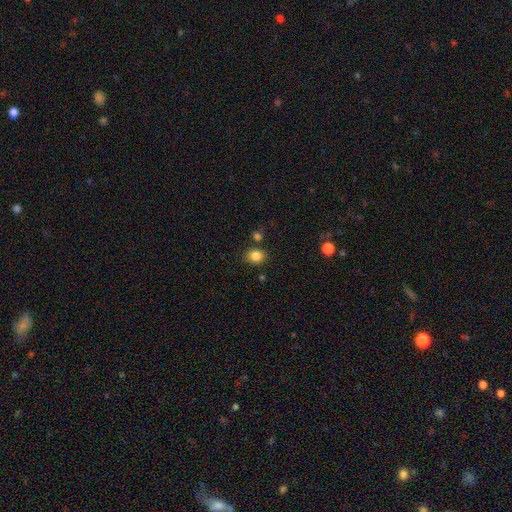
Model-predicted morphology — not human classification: The model was most divided on "how rounded": round: 61%, in between: 38%, cigar-shaped: 1%. More confident: smooth or featured — smooth (84%); merging — none (80%).